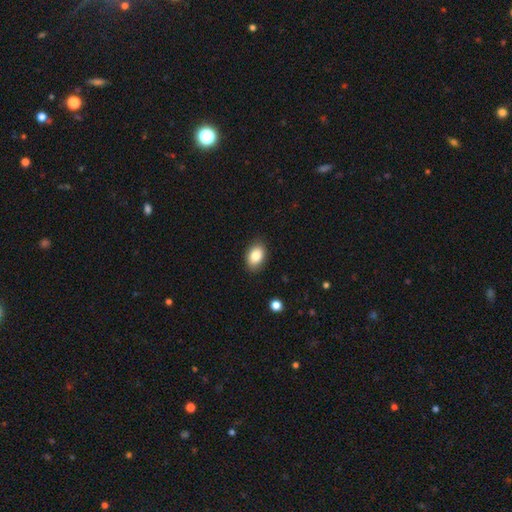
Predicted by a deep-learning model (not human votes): Smooth or featured?
  - smooth: 85% *
  - star or artifact: 8%
  - featured or disk: 8%
How rounded?
  - in between: 85% *
  - round: 14%
  - cigar-shaped: 1%
Merging?
  - none: 86% *
  - minor disturbance: 11%
  - major disturbance: 2%
  - merger: 1%